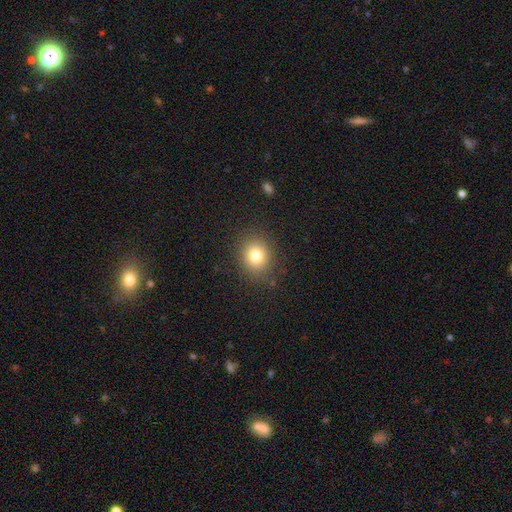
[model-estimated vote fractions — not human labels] A smooth galaxy with no disk features (78%) that is round (71%). Merging: none (86%).